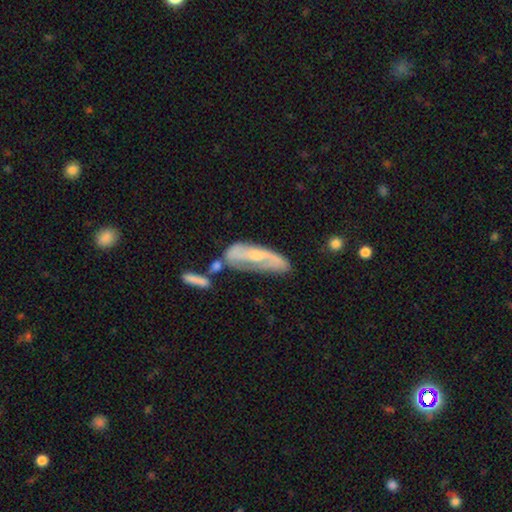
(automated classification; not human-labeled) smooth-or-featured: featured or disk: 64% | smooth: 29% | star or artifact: 7%
  disk-edge-on: no: 82% | yes: 18%
    bar: no: 52% | weak: 34% | strong: 15%
    has-spiral-arms: yes: 76% | no: 24%
    bulge-size: small: 45% | moderate: 40% | none: 9% | large: 4% | dominant: 1%
  merging: none: 40% | minor disturbance: 24% | merger: 20% | major disturbance: 16%